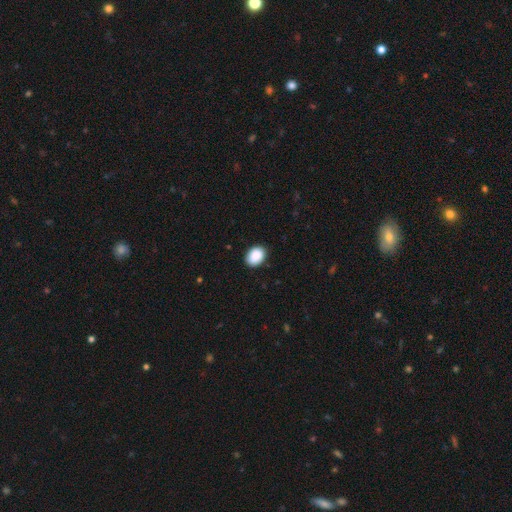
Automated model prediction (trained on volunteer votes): This is clearly a smooth galaxy (90%). How rounded: likely in between (66%). Merging: clearly none (87%).